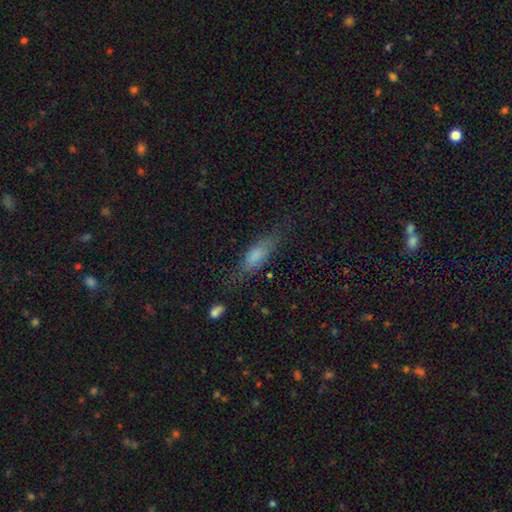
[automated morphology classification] Overall: smooth (68%). How rounded: in between (53%; cigar-shaped 44%). Merging: none (64%).